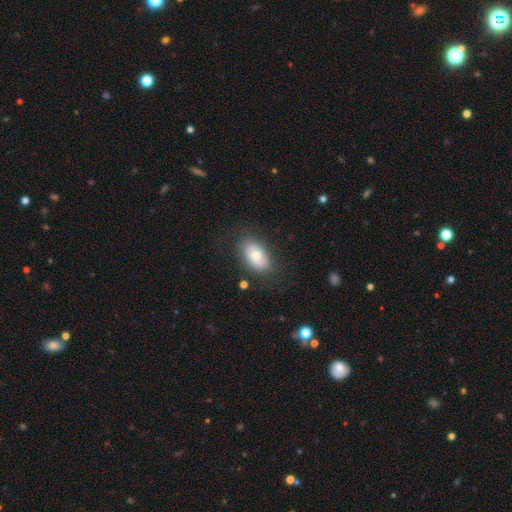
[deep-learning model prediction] Overall: smooth (65%; featured or disk 26%). How rounded: in between (90%). Merging: none (77%).